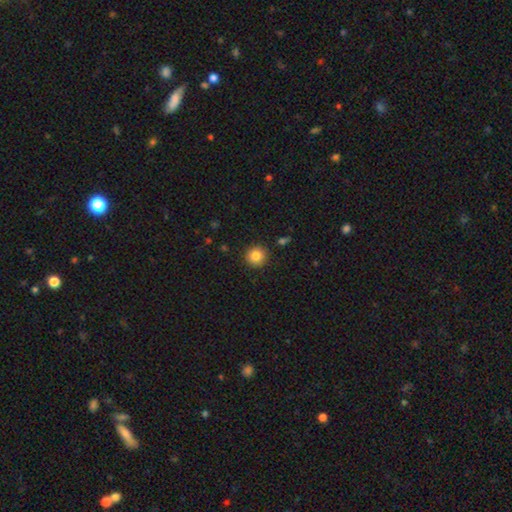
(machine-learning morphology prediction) This appears to be a smooth galaxy with no disk features (84%) that is round (93%). Merging: none (91%).